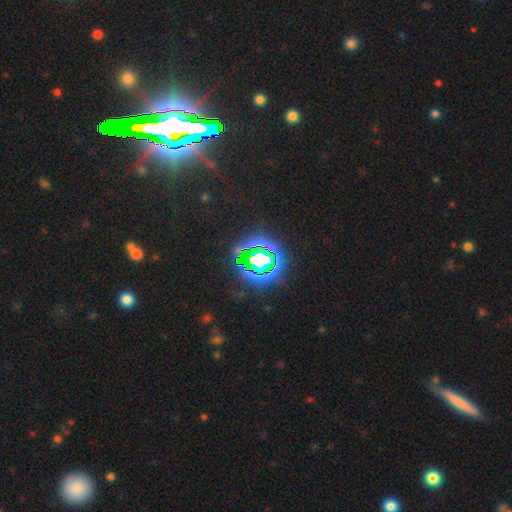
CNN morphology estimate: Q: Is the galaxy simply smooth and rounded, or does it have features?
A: star or artifact — 74%.